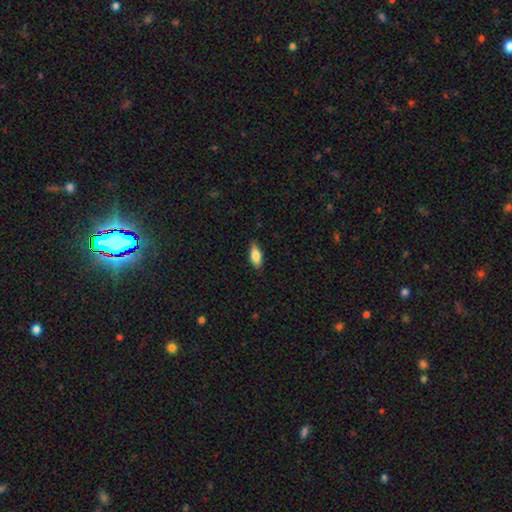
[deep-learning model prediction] smooth_or_featured: smooth (p=0.80) [alt: featured or disk p=0.14]
how_rounded: in between (p=0.80) [alt: cigar-shaped p=0.18]
merging: none (p=0.82) [alt: minor disturbance p=0.14]